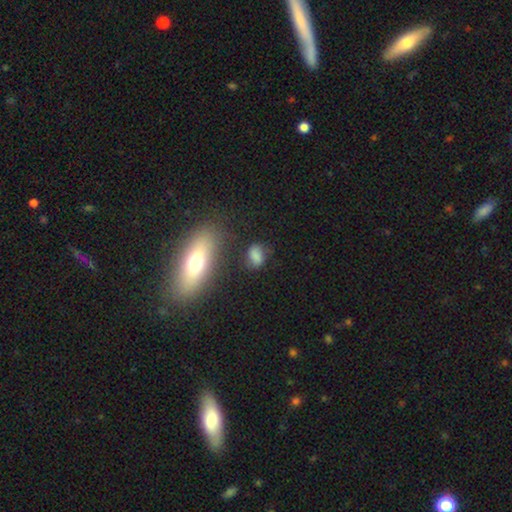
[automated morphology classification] Smooth or featured?
  - smooth: 77% *
  - star or artifact: 12%
  - featured or disk: 11%
How rounded?
  - in between: 72% *
  - round: 24%
  - cigar-shaped: 4%
Merging?
  - none: 62% *
  - minor disturbance: 22%
  - major disturbance: 8%
  - merger: 7%